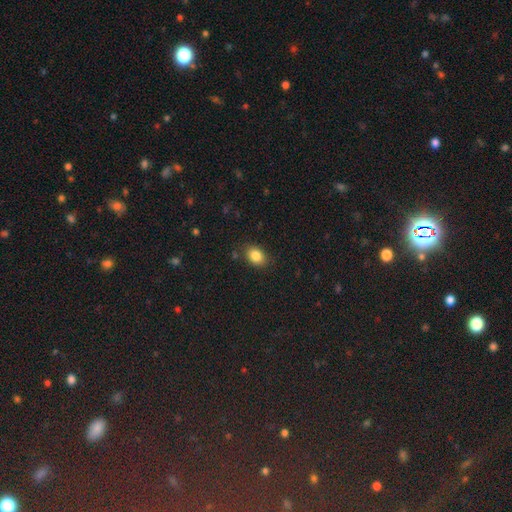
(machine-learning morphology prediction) A smooth galaxy with no disk features (85%) that is in between round and cigar-shaped (70%). Merging: none (83%).